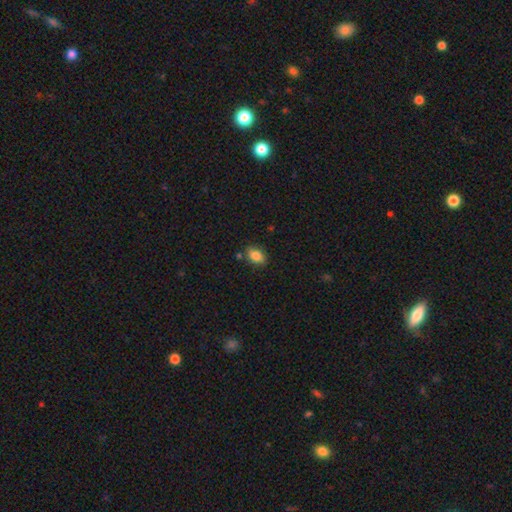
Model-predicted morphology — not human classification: Smooth or featured? Predicted: smooth (p=0.85). How rounded? Predicted: in between (p=0.84). Merging? Predicted: none (p=0.81).